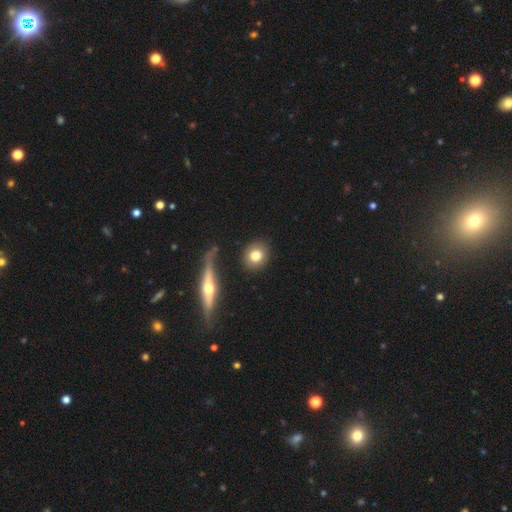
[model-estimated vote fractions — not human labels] smooth_or_featured: smooth (p=0.78) [alt: featured or disk p=0.14]
how_rounded: round (p=0.79) [alt: in between p=0.19]
merging: none (p=0.86) [alt: minor disturbance p=0.08]